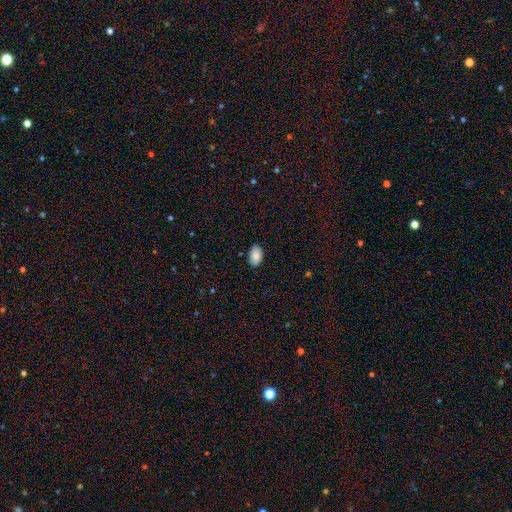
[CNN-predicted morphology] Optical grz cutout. It shows a smooth galaxy with no disk features (87%) that is in between round and cigar-shaped (92%). Merging: none (86%).